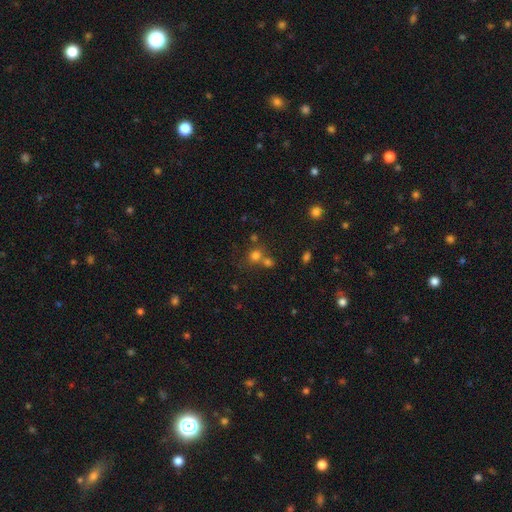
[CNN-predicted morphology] Smooth or featured?
  - smooth: 71% *
  - star or artifact: 19%
  - featured or disk: 9%
How rounded?
  - round: 78% *
  - in between: 21%
  - cigar-shaped: 1%
Merging?
  - none: 50% *
  - merger: 37%
  - minor disturbance: 8%
  - major disturbance: 4%